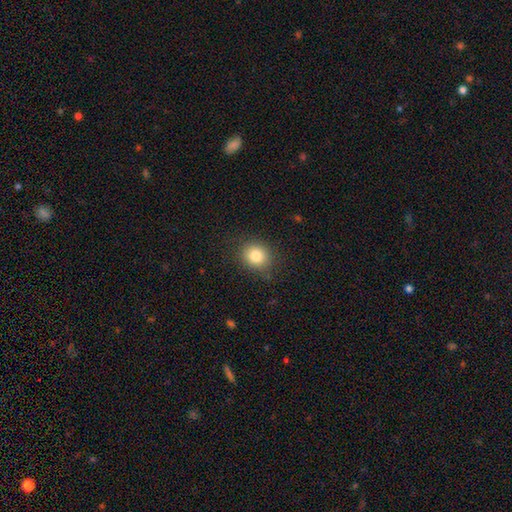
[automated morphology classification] Overall: smooth (81%). How rounded: round (75%). Merging: none (83%).